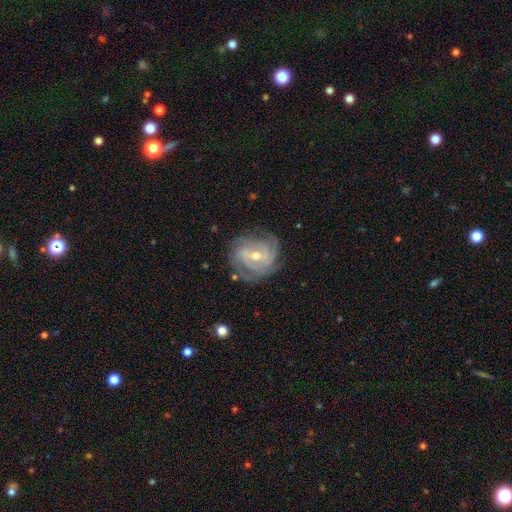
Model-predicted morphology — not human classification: A featured or disk galaxy (88%) with a weak bar (48%), 3 (28%) tight (66%) spiral arms (97%) and a moderate central bulge (52%).

Vote fractions:
- Smooth or featured? featured or disk: 88% / smooth: 6% / star or artifact: 6%
- Edge-on disk? no: 97% / yes: 3%
- Bar? weak: 48% / no: 27% / strong: 24%
- Spiral arms? yes: 97% / no: 3%
- Spiral winding? tight: 66% / medium: 28% / loose: 6%
- Spiral arm count? 3: 28% / can't tell: 24% / 4: 20% / 2: 16% / more than 4: 6% / 1: 6%
- Bulge size? moderate: 52% / small: 45% / large: 1% / none: 1% / dominant: 1%
- Merging? none: 75% / minor disturbance: 17% / major disturbance: 6% / merger: 1%